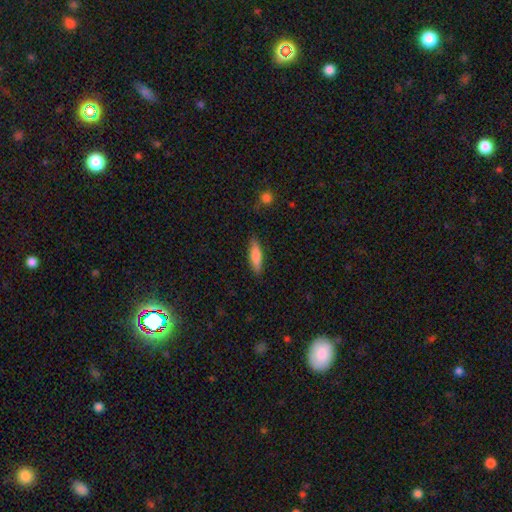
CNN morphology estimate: The model was most divided on "how rounded": cigar-shaped: 69%, in between: 30%, round: 2%. More confident: merging — none (87%); smooth or featured — smooth (74%).